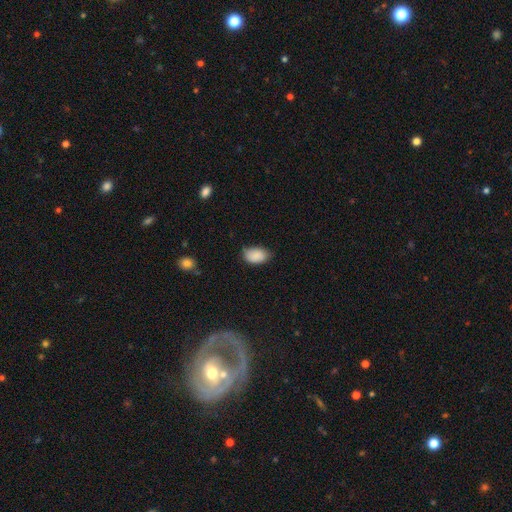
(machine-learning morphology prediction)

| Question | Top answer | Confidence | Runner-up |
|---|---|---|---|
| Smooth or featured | smooth | 88% | star or artifact (7%) |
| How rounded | in between | 91% | round (8%) |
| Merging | none | 69% | minor disturbance (26%) |